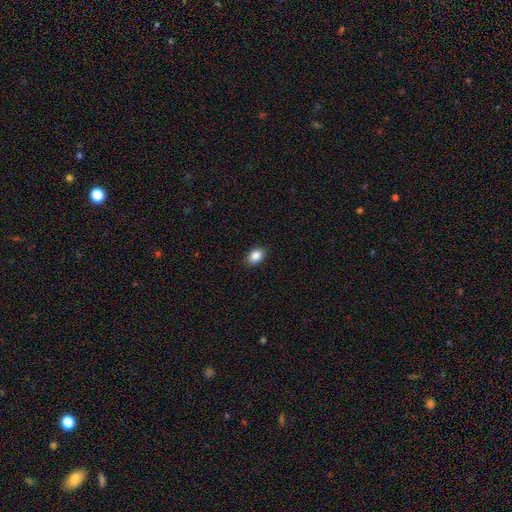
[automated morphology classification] Smooth or featured?
  - smooth: 87% *
  - star or artifact: 8%
  - featured or disk: 4%
How rounded?
  - in between: 79% *
  - round: 19%
  - cigar-shaped: 1%
Merging?
  - none: 88% *
  - minor disturbance: 9%
  - major disturbance: 2%
  - merger: 1%